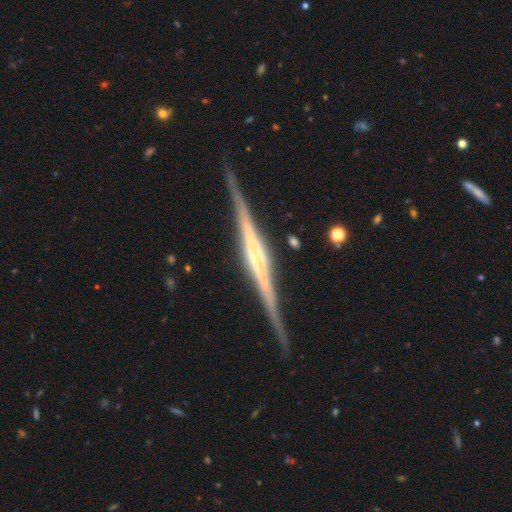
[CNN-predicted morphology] smooth_or_featured: featured or disk (p=0.88) [alt: smooth p=0.07]
disk_edge_on: yes (p=0.99) [alt: no p=0.01]
edge_on_bulge: boxy (p=0.44) [alt: rounded p=0.42]
merging: none (p=0.89) [alt: minor disturbance p=0.08]